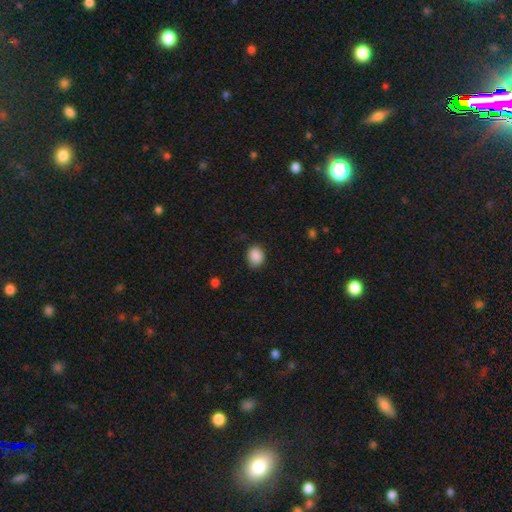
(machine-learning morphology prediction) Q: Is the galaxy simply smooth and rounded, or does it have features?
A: smooth — 88%.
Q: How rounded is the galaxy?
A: round — 54%.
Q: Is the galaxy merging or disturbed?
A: none — 82%.